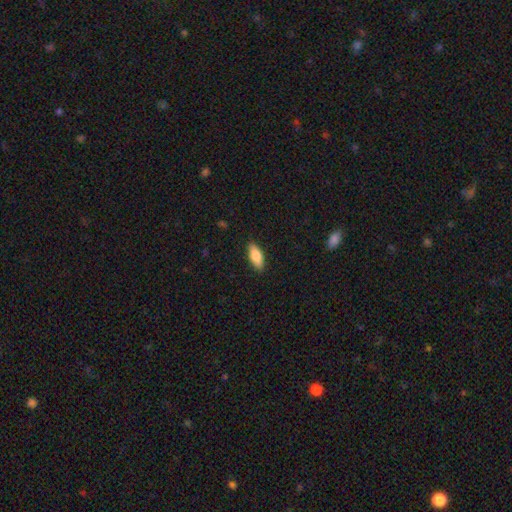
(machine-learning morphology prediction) This is clearly a smooth galaxy (80%). How rounded: likely in between (77%). Merging: clearly none (88%).